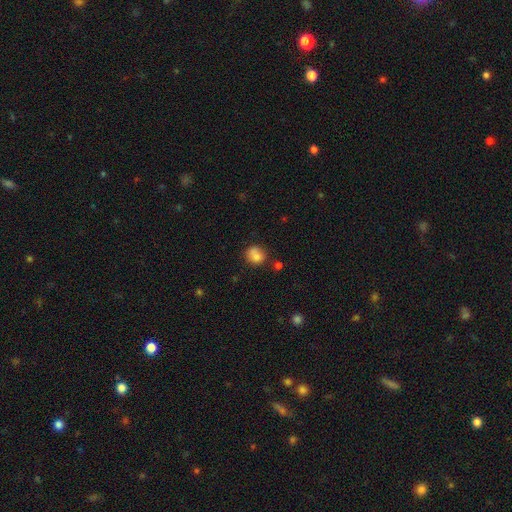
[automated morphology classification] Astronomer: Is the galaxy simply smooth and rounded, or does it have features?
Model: smooth — 79%.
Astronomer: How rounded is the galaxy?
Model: round — 75%.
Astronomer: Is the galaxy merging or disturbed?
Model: none — 56%.